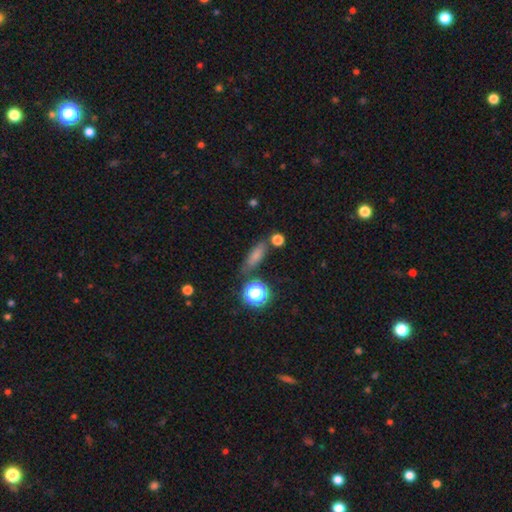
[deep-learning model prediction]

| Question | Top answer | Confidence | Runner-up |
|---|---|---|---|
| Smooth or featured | smooth | 72% | star or artifact (16%) |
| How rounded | in between | 49% | cigar-shaped (39%) |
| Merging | none | 73% | minor disturbance (15%) |